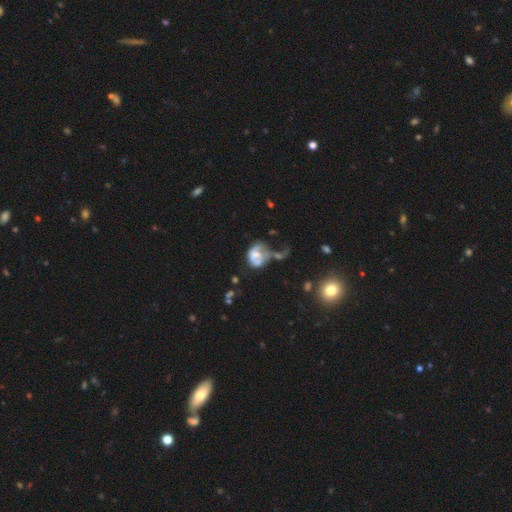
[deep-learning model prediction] Smooth or featured?
  - featured or disk: 51% *
  - smooth: 38%
  - star or artifact: 11%
Edge-on disk?
  - no: 97% *
  - yes: 3%
Merging?
  - major disturbance: 38% *
  - merger: 29%
  - none: 17%
  - minor disturbance: 17%